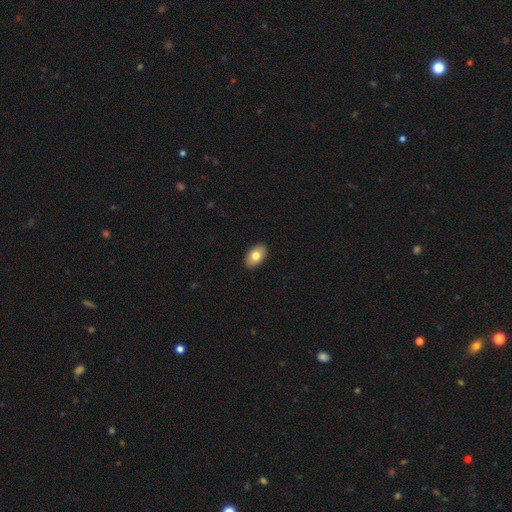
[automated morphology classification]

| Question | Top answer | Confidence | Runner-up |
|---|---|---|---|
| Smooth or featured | smooth | 79% | featured or disk (14%) |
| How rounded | in between | 92% | round (7%) |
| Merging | none | 91% | minor disturbance (7%) |